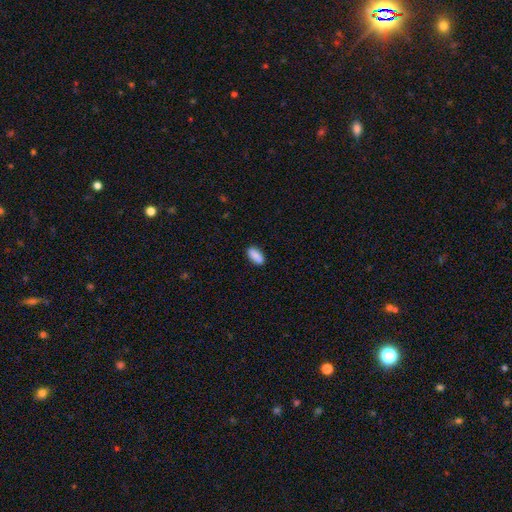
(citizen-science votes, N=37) A smooth galaxy with no disk features (81%) that is in between round and cigar-shaped (93%).

Vote fractions:
- Smooth or featured? smooth: 81% / featured or disk: 14% / star or artifact: 5%
- How rounded? in between: 93% / cigar-shaped: 7% / round: 0%
- Merging? none: 89% / minor disturbance: 6% / major disturbance: 6% / merger: 0%